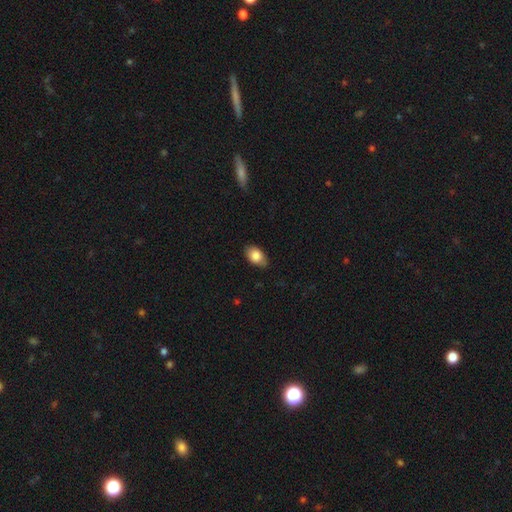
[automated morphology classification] A smooth galaxy with no disk features (85%) that is in between round and cigar-shaped (89%). Merging: none (80%).